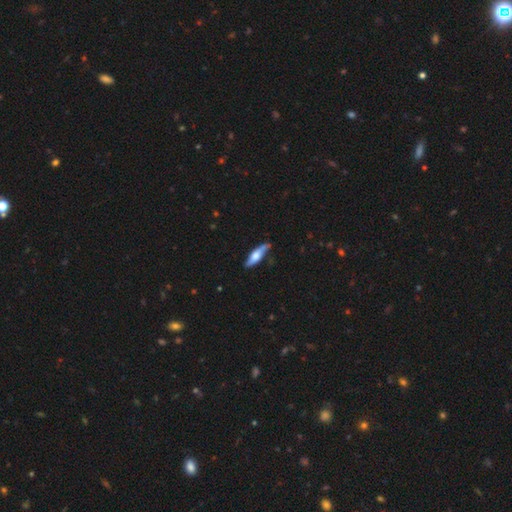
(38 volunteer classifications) smooth_or_featured: featured or disk (p=0.55) [alt: smooth p=0.39]
disk_edge_on: yes (p=0.57) [alt: no p=0.43]
edge_on_bulge: rounded (p=0.92) [alt: none p=0.08]
merging: none (p=0.81) [alt: minor disturbance p=0.17]